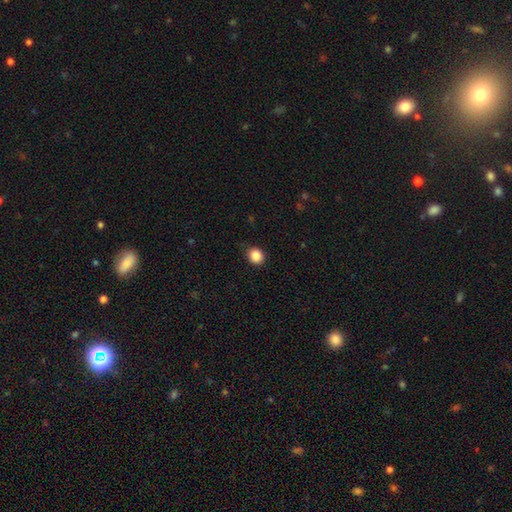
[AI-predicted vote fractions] Smooth or featured? Predicted: smooth (p=0.87). How rounded? Predicted: round (p=0.80). Merging? Predicted: none (p=0.86).